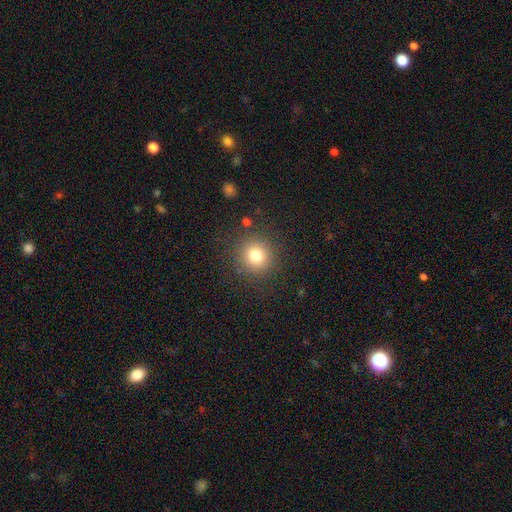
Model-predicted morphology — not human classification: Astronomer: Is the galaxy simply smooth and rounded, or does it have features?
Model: smooth — 78%.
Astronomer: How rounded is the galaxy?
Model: round — 94%.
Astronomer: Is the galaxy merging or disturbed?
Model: none — 87%.